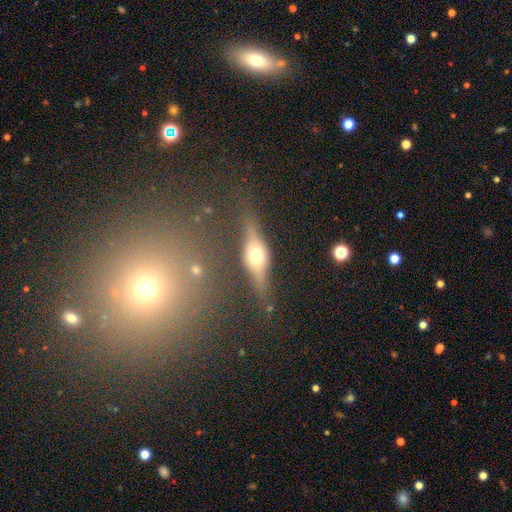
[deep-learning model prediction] Overall: featured or disk (67%). Edge-on disk: yes (89%). Edge-on bulge: rounded (91%). Merging: none (75%).